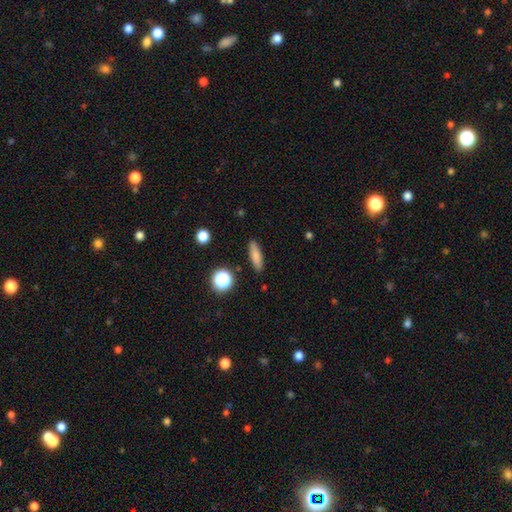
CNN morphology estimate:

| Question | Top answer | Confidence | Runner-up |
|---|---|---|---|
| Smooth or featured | smooth | 79% | featured or disk (11%) |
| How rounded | cigar-shaped | 62% | in between (33%) |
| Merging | none | 88% | minor disturbance (8%) |